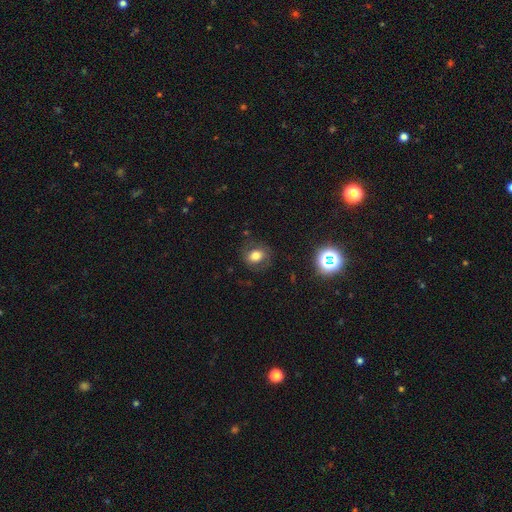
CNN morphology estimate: Q: Smooth or featured?
A: smooth (65%); runner-up: featured or disk (22%)
Q: How rounded?
A: round (54%); runner-up: in between (45%)
Q: Merging?
A: none (76%); runner-up: minor disturbance (15%)